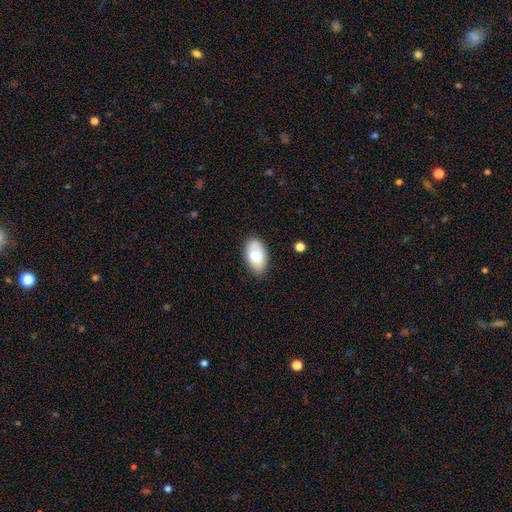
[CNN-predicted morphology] A smooth galaxy with no disk features (80%) that is in between round and cigar-shaped (95%).

Vote fractions:
- Smooth or featured? smooth: 80% / featured or disk: 13% / star or artifact: 7%
- How rounded? in between: 95% / round: 4% / cigar-shaped: 2%
- Merging? none: 80% / minor disturbance: 16% / major disturbance: 3% / merger: 2%